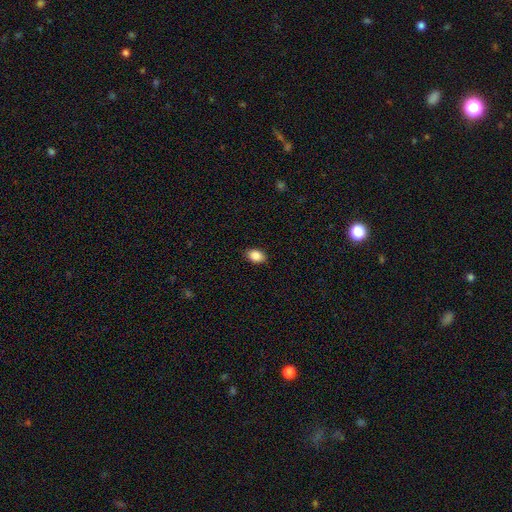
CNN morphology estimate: A smooth galaxy with no disk features (88%) that is in between round and cigar-shaped (83%). Merging: none (88%).